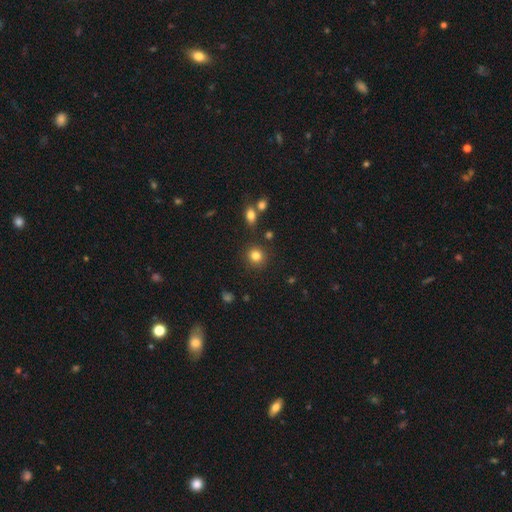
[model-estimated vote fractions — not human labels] This appears to be a smooth galaxy with no disk features (82%) that is round (89%). Merging: none (87%).